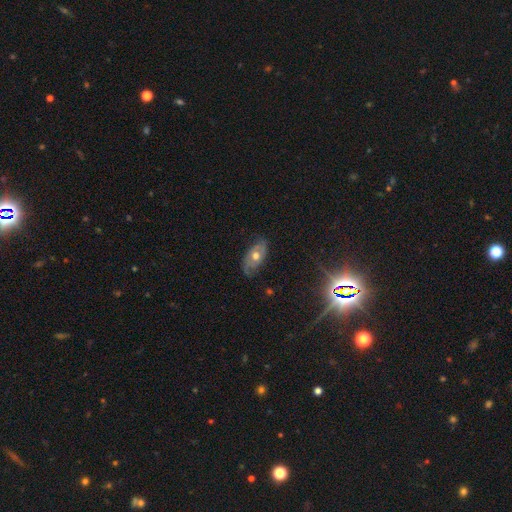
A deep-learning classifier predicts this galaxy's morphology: This is likely a featured or disk galaxy (64%). It is clearly not viewed edge-on (89%). Bar: clearly no (84%). Spiral arm pattern: likely yes (71%). Central bulge: likely moderate (80%). Merging: likely none (72%).